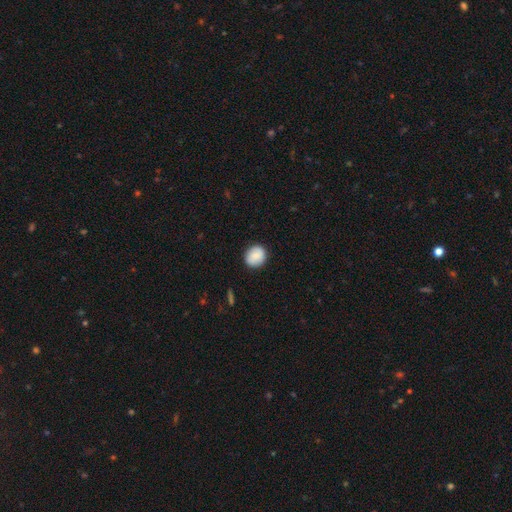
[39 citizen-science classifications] This is likely a smooth galaxy (72%). How rounded: clearly round (89%). Merging: clearly none (92%).